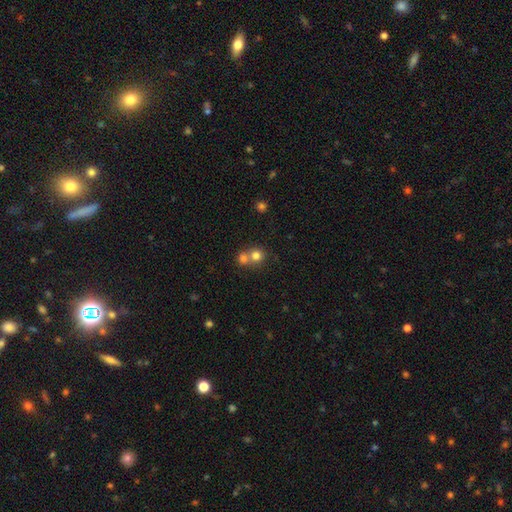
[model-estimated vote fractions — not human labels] Overall: smooth (77%). How rounded: round (86%). Merging: merger (53%; none 40%).